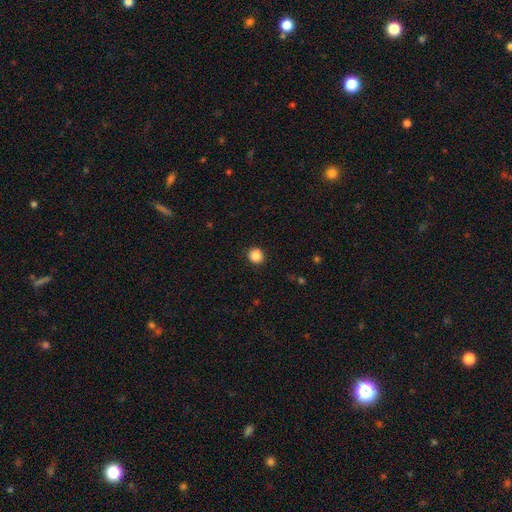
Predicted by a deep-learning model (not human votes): Smooth or featured? smooth (87%)
How rounded? round (90%)
Merging? none (91%)